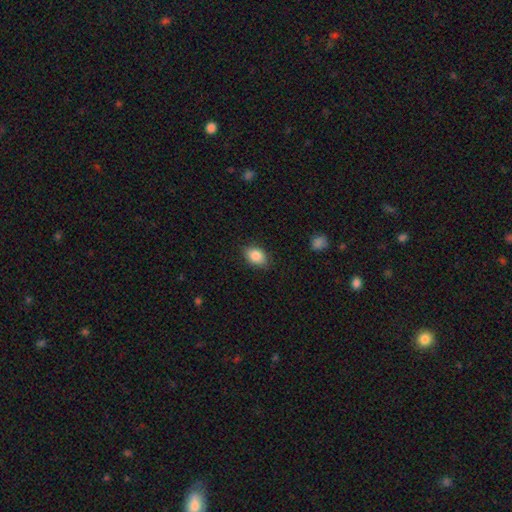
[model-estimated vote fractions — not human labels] Q: Smooth or featured?
A: smooth (86%); runner-up: star or artifact (8%)
Q: How rounded?
A: in between (80%); runner-up: round (19%)
Q: Merging?
A: none (85%); runner-up: minor disturbance (12%)